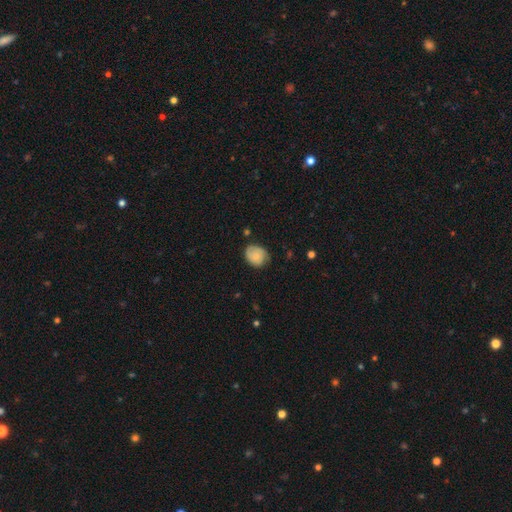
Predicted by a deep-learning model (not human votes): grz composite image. It shows a smooth galaxy with no disk features (73%) that is round (58%). Merging: none (66%).